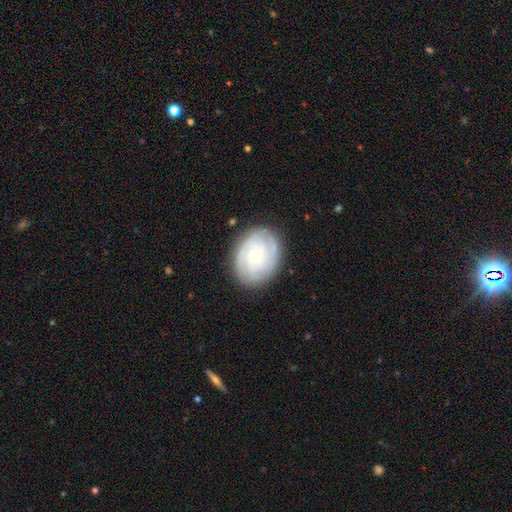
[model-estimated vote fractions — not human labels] smooth_or_featured: featured or disk (p=0.71) [alt: smooth p=0.23]
disk_edge_on: no (p=0.97) [alt: yes p=0.03]
bar: no (p=0.78) [alt: weak p=0.19]
has_spiral_arms: yes (p=0.91) [alt: no p=0.09]
spiral_winding: tight (p=0.70) [alt: medium p=0.23]
spiral_arm_count: can't tell (p=0.36) [alt: 3 p=0.22]
bulge_size: small (p=0.60) [alt: moderate p=0.36]
merging: none (p=0.83) [alt: minor disturbance p=0.12]